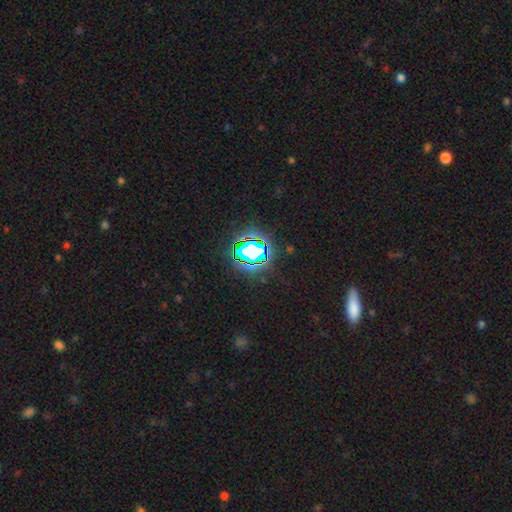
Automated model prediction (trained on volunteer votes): Smooth or featured? Predicted: star or artifact (p=0.70).